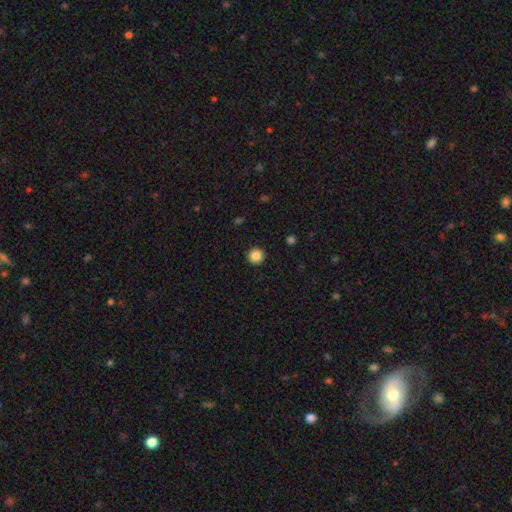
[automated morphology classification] Smooth or featured? Predicted: smooth (p=0.87). How rounded? Predicted: round (p=0.96). Merging? Predicted: none (p=0.93).